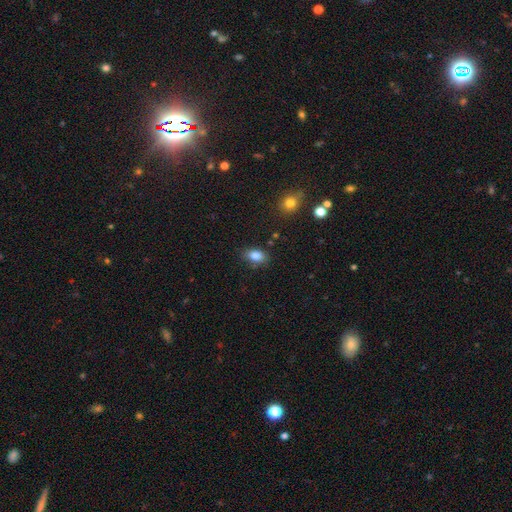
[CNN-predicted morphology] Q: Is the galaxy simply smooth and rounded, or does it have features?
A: smooth — 85%.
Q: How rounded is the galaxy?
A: in between — 84%.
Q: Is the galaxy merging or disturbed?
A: none — 79%.